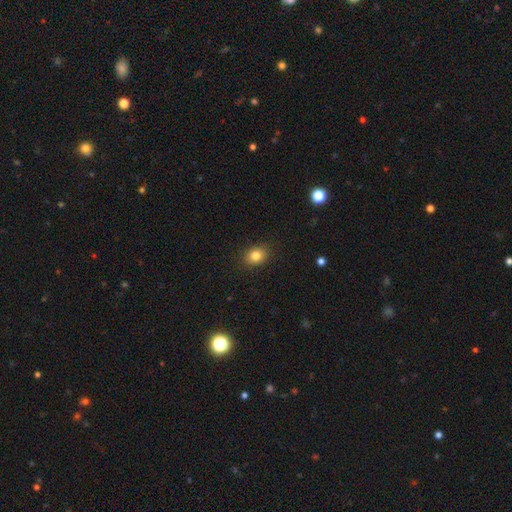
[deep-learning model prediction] smooth 83%, star or artifact 11%, featured or disk 7%. Down the decision tree: how rounded — in between (51%); merging — none (88%).